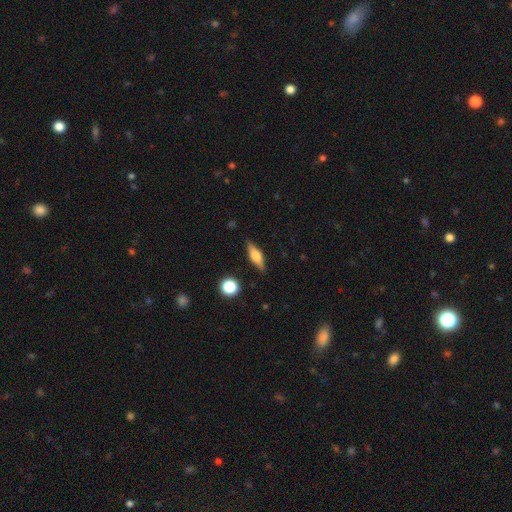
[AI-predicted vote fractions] Smooth or featured?
  - smooth: 49% *
  - featured or disk: 43%
  - star or artifact: 8%
Merging?
  - none: 86% *
  - minor disturbance: 10%
  - major disturbance: 2%
  - merger: 2%